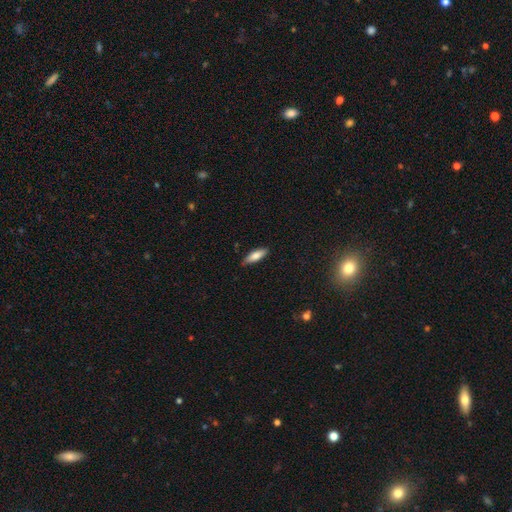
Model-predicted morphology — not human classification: Smooth or featured? Predicted: smooth (p=0.77). How rounded? Predicted: in between (p=0.50). Merging? Predicted: none (p=0.84).